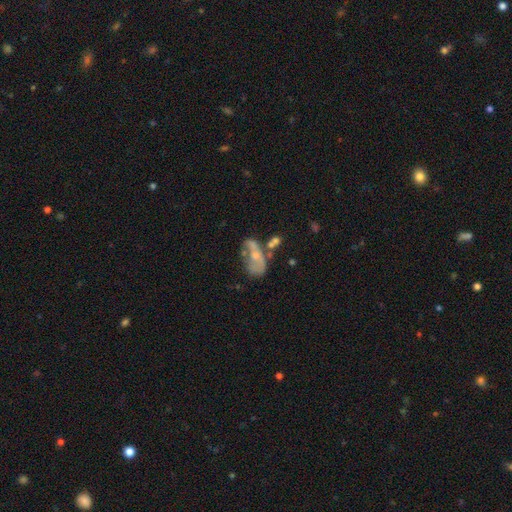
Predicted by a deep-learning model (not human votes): smooth-or-featured: featured or disk: 53% | smooth: 36% | star or artifact: 11%
  disk-edge-on: no: 95% | yes: 5%
  merging: merger: 27% | major disturbance: 26% | none: 26% | minor disturbance: 21%